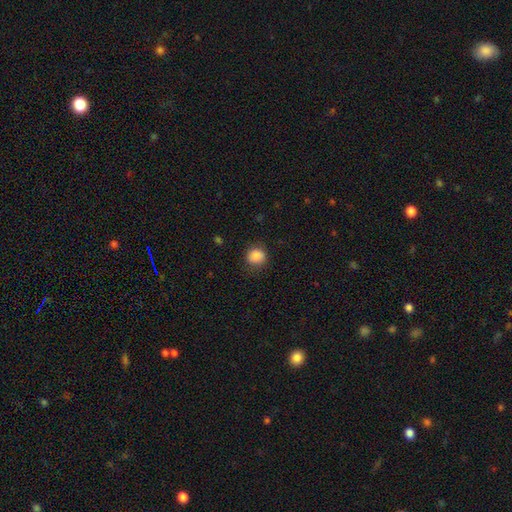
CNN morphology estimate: Smooth or featured: smooth — 85% (star or artifact — 10%)
How rounded: round — 86% (in between — 13%)
Merging: none — 85% (minor disturbance — 11%)